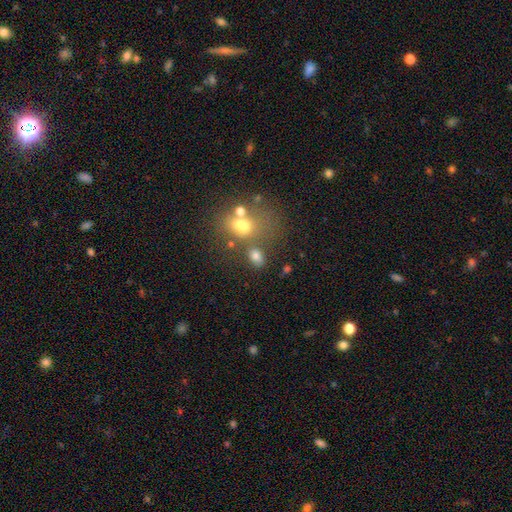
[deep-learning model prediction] Smooth or featured?
  - smooth: 72% *
  - star or artifact: 15%
  - featured or disk: 12%
How rounded?
  - in between: 75% *
  - round: 24%
  - cigar-shaped: 2%
Merging?
  - none: 53% *
  - merger: 24%
  - minor disturbance: 14%
  - major disturbance: 9%